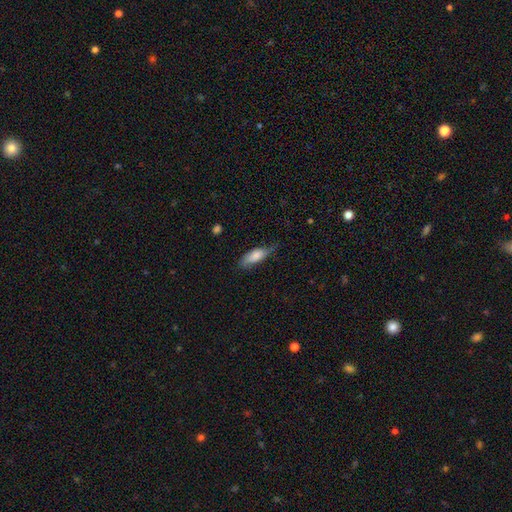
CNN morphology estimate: Q: Smooth or featured?
A: smooth (73%); runner-up: featured or disk (21%)
Q: How rounded?
A: in between (73%); runner-up: cigar-shaped (25%)
Q: Merging?
A: none (51%); runner-up: minor disturbance (36%)